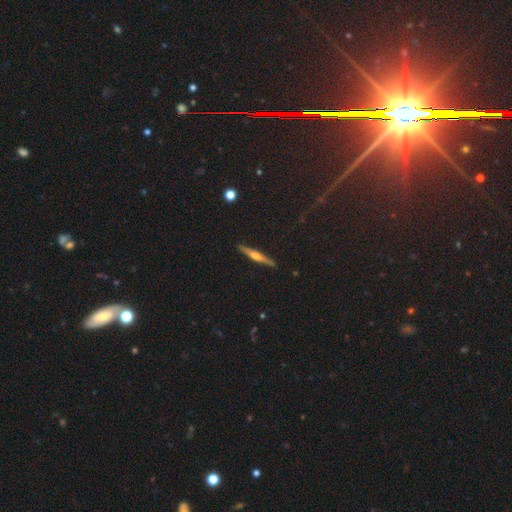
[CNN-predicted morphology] A featured or disk galaxy (66%) viewed edge-on (98%) with a rounded central bulge (81%).

Vote fractions:
- Smooth or featured? featured or disk: 66% / smooth: 27% / star or artifact: 7%
- Edge-on disk? yes: 98% / no: 2%
- Edge-on bulge? rounded: 81% / none: 11% / boxy: 8%
- Merging? none: 91% / minor disturbance: 7% / major disturbance: 1% / merger: 1%